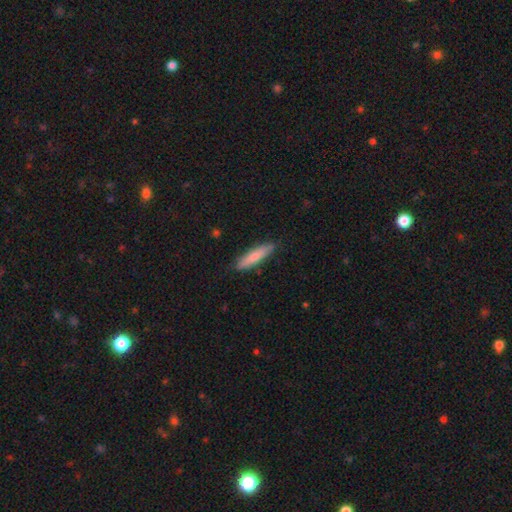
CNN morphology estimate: smooth_or_featured: smooth (p=0.75) [alt: featured or disk p=0.20]
how_rounded: cigar-shaped (p=0.82) [alt: in between p=0.16]
merging: none (p=0.87) [alt: minor disturbance p=0.10]